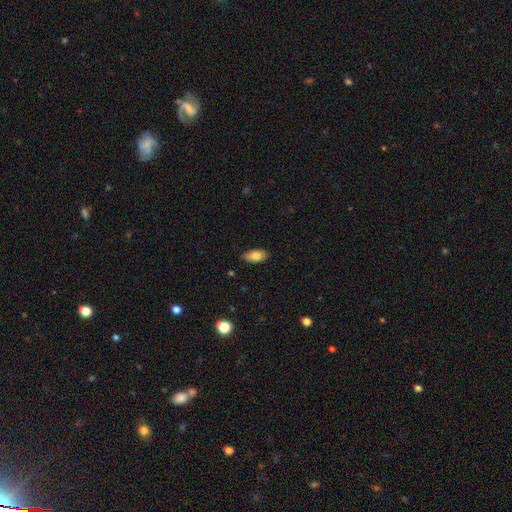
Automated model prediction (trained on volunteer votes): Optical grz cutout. It shows a smooth galaxy with no disk features (81%) that is in between round and cigar-shaped (91%). Merging: none (86%).